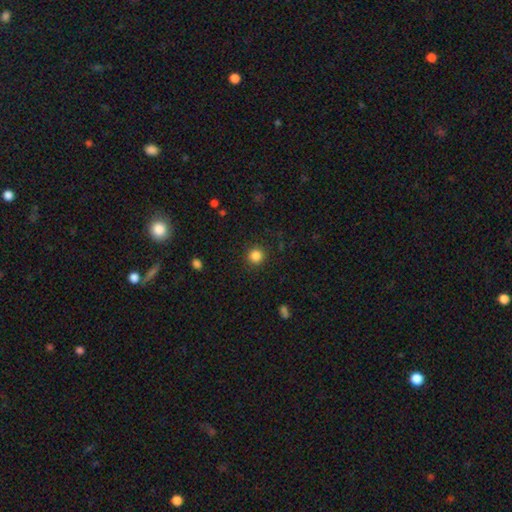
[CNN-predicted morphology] smooth 85%, star or artifact 11%, featured or disk 4%. Down the decision tree: how rounded — round (93%); merging — none (90%).